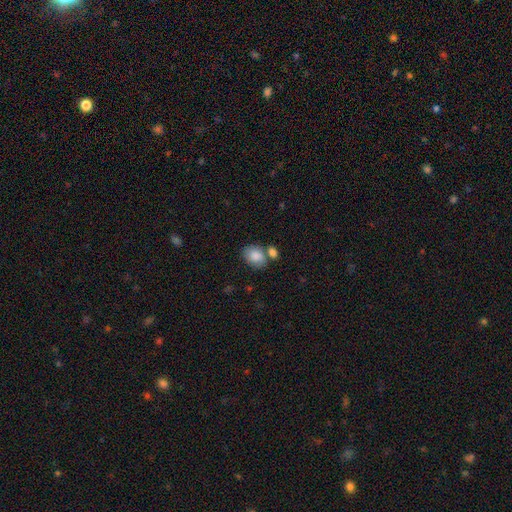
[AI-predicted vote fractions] A smooth galaxy with no disk features (83%) that is in between round and cigar-shaped (73%). Merging: none (49%).